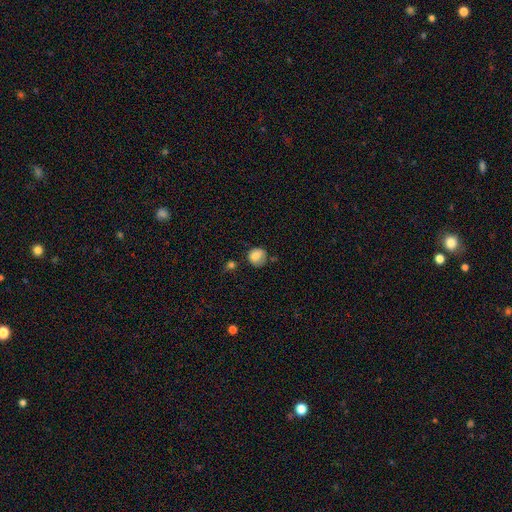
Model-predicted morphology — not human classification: Smooth or featured: smooth — 81% (featured or disk — 10%)
How rounded: round — 81% (in between — 18%)
Merging: none — 61% (minor disturbance — 26%)